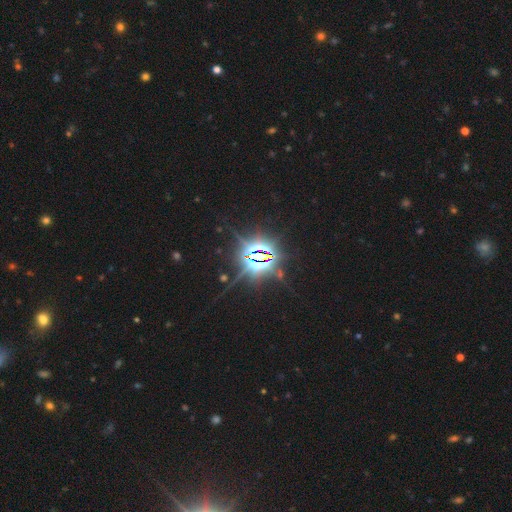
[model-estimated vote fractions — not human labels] This is clearly a star or artifact rather than a galaxy (86%).